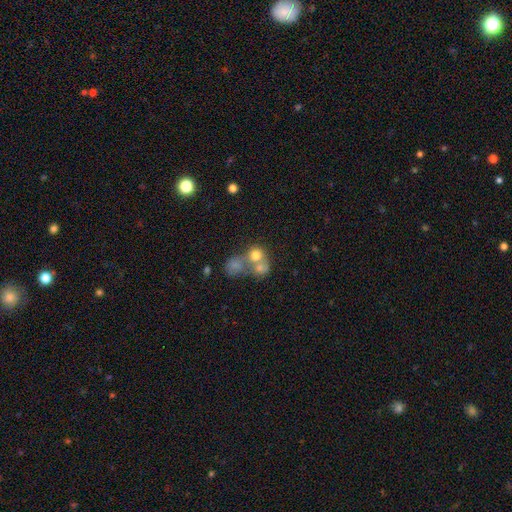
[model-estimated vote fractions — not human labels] A smooth galaxy with no disk features (67%) that is round (74%).

Vote fractions:
- Smooth or featured? smooth: 67% / featured or disk: 20% / star or artifact: 14%
- How rounded? round: 74% / in between: 25% / cigar-shaped: 1%
- Merging? merger: 61% / none: 27% / minor disturbance: 6% / major disturbance: 6%